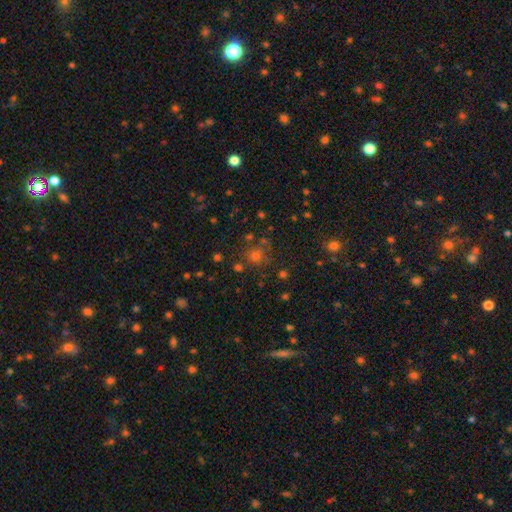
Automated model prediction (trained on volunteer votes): Smooth or featured: smooth — 57% (star or artifact — 35%)
How rounded: round — 91% (in between — 8%)
Merging: none — 77% (minor disturbance — 10%)